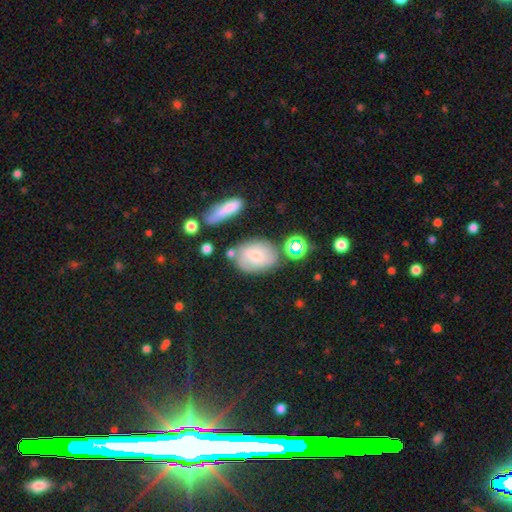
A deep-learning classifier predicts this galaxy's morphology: Q: Smooth or featured?
A: smooth (49%); runner-up: featured or disk (39%)
Q: Merging?
A: none (59%); runner-up: minor disturbance (21%)